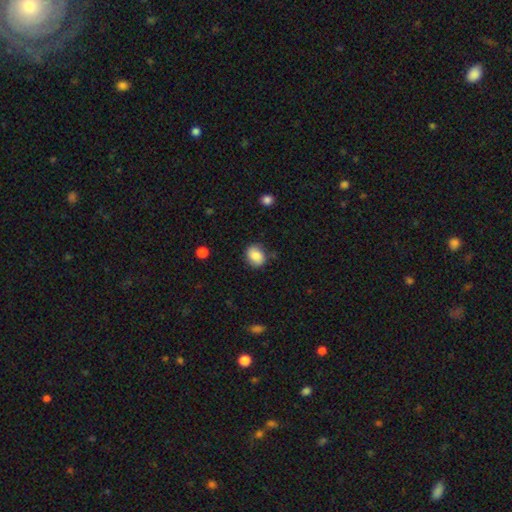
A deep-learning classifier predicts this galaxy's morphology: Smooth or featured: smooth — 82% (featured or disk — 10%)
How rounded: in between — 52% (round — 47%)
Merging: none — 73% (minor disturbance — 20%)